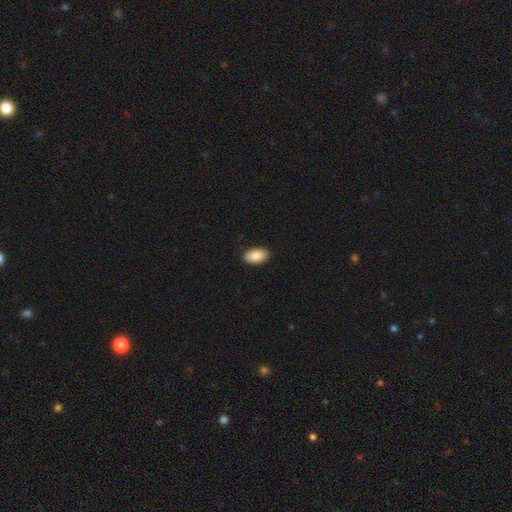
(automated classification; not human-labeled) The model was most divided on "merging": none: 89%, minor disturbance: 8%, major disturbance: 2%, merger: 1%. More confident: how rounded — in between (94%); smooth or featured — smooth (89%).